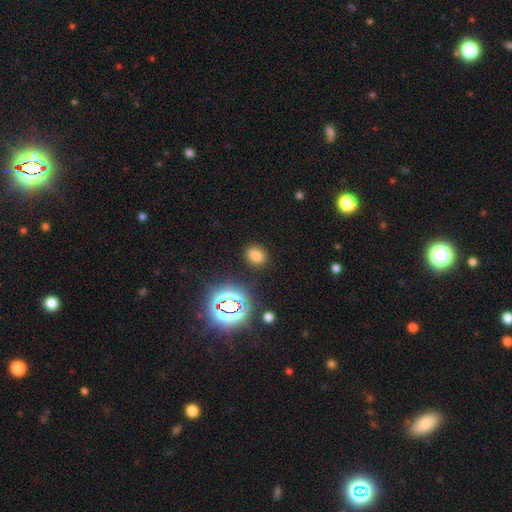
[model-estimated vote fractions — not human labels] This is likely a smooth galaxy (71%). How rounded: possibly in between (57%). Merging: clearly none (86%).